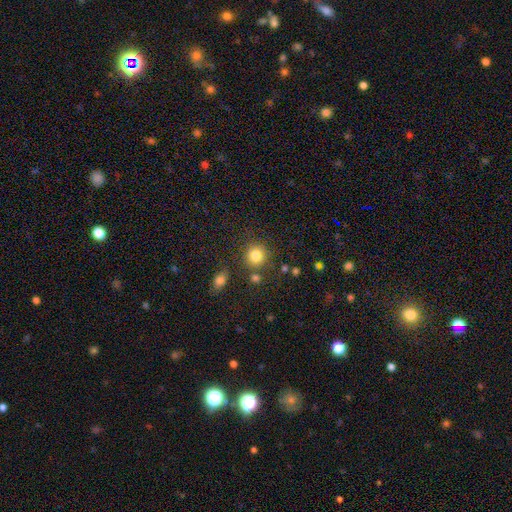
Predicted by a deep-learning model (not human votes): Smooth or featured? Predicted: smooth (p=0.84). How rounded? Predicted: round (p=0.89). Merging? Predicted: none (p=0.78).